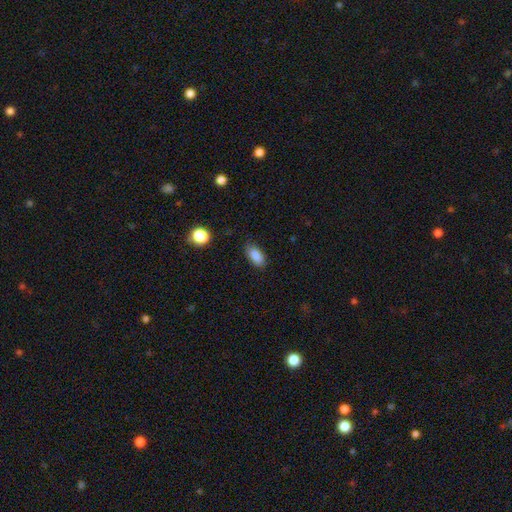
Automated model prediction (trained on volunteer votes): smooth 88%, star or artifact 8%, featured or disk 4%. Down the decision tree: how rounded — in between (91%); merging — none (82%).